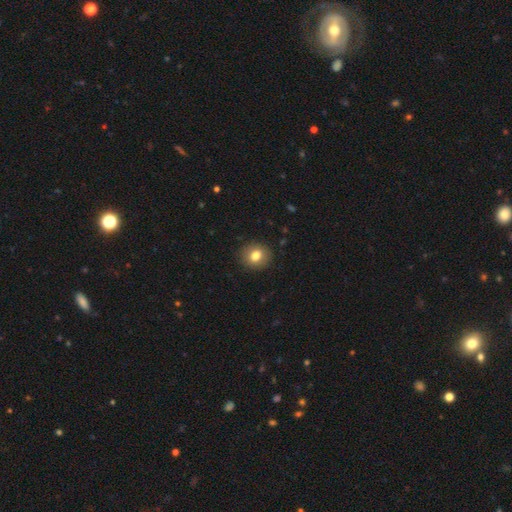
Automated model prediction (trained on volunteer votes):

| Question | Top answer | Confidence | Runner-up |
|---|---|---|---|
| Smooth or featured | smooth | 79% | featured or disk (11%) |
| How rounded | round | 75% | in between (24%) |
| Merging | none | 89% | minor disturbance (7%) |